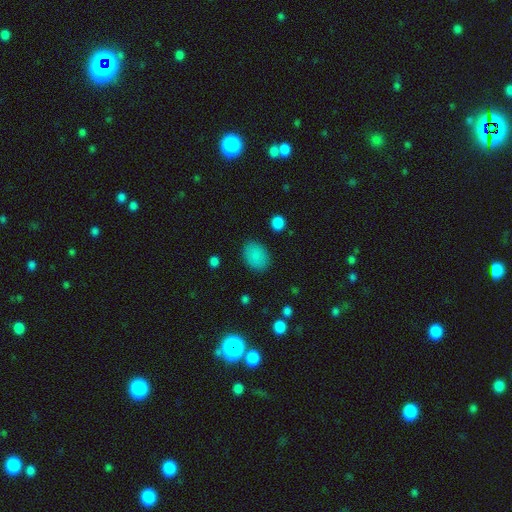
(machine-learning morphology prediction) Q: Smooth or featured?
A: smooth (86%); runner-up: star or artifact (9%)
Q: How rounded?
A: in between (73%); runner-up: round (26%)
Q: Merging?
A: none (85%); runner-up: minor disturbance (10%)